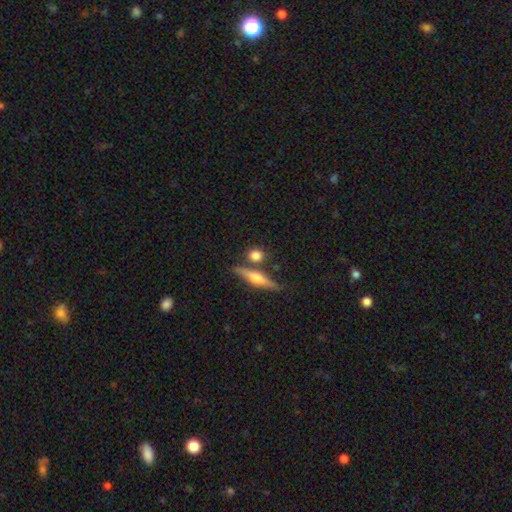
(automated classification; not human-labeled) Smooth or featured? smooth (73%)
How rounded? round (70%)
Merging? none (69%)